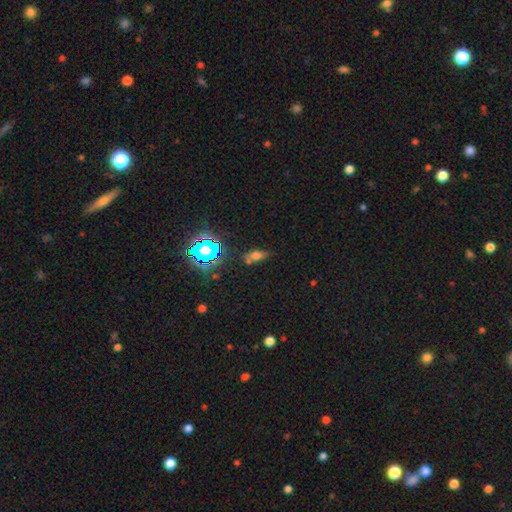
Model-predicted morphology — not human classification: A smooth galaxy with no disk features (57%) that is in between round and cigar-shaped (71%).

Vote fractions:
- Smooth or featured? smooth: 57% / star or artifact: 28% / featured or disk: 16%
- How rounded? in between: 71% / cigar-shaped: 17% / round: 13%
- Merging? none: 61% / minor disturbance: 21% / merger: 10% / major disturbance: 8%